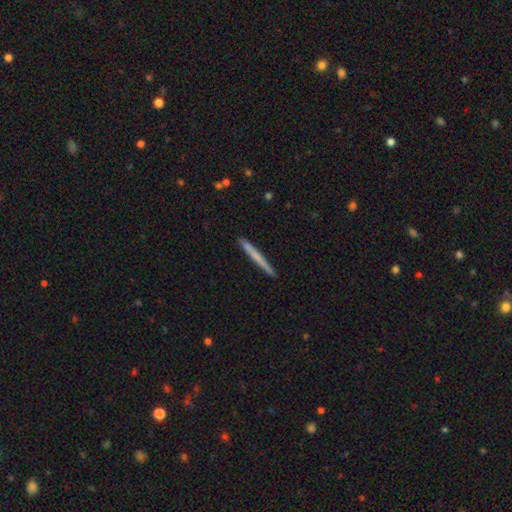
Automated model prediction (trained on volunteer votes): A smooth galaxy with no disk features (62%) that is cigar-shaped (97%).

Vote fractions:
- Smooth or featured? smooth: 62% / featured or disk: 32% / star or artifact: 5%
- How rounded? cigar-shaped: 97% / in between: 2% / round: 1%
- Merging? none: 92% / minor disturbance: 6% / major disturbance: 1% / merger: 1%